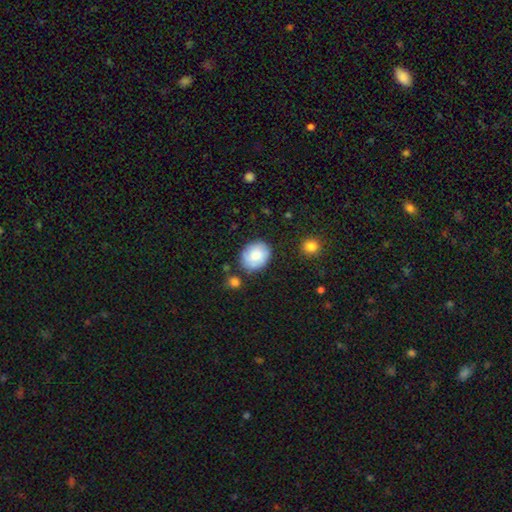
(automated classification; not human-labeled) This appears to be a smooth galaxy with no disk features (77%) that is round (57%). Merging: none (77%).